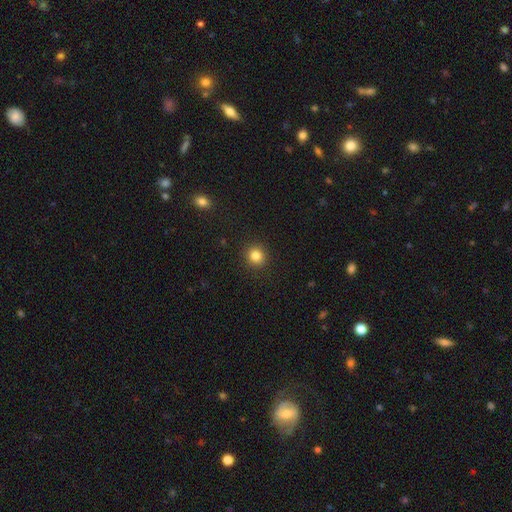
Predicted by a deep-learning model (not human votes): Smooth or featured?
  - smooth: 83% *
  - star or artifact: 12%
  - featured or disk: 5%
How rounded?
  - round: 90% *
  - in between: 9%
  - cigar-shaped: 1%
Merging?
  - none: 92% *
  - minor disturbance: 5%
  - major disturbance: 2%
  - merger: 1%